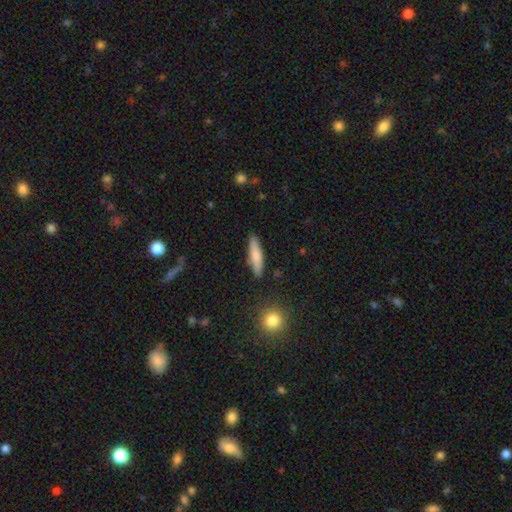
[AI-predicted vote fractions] Smooth or featured?
  - smooth: 75% *
  - featured or disk: 19%
  - star or artifact: 6%
How rounded?
  - cigar-shaped: 77% *
  - in between: 21%
  - round: 2%
Merging?
  - none: 85% *
  - minor disturbance: 10%
  - merger: 2%
  - major disturbance: 2%